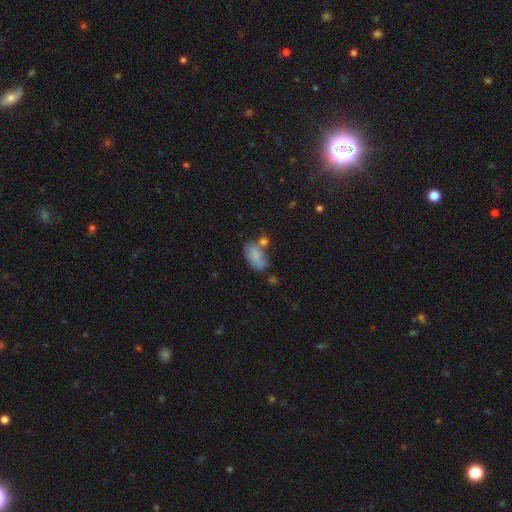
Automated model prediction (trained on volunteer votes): A smooth galaxy with no disk features (80%) that is in between round and cigar-shaped (92%). Merging: none (48%).